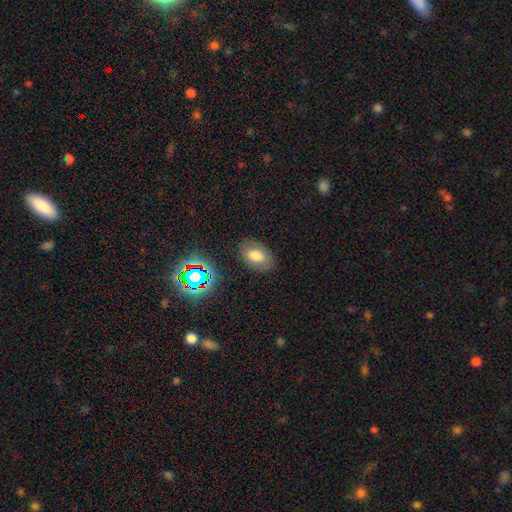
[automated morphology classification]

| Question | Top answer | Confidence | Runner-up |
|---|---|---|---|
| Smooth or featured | smooth | 73% | star or artifact (14%) |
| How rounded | in between | 83% | round (16%) |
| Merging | none | 82% | minor disturbance (12%) |